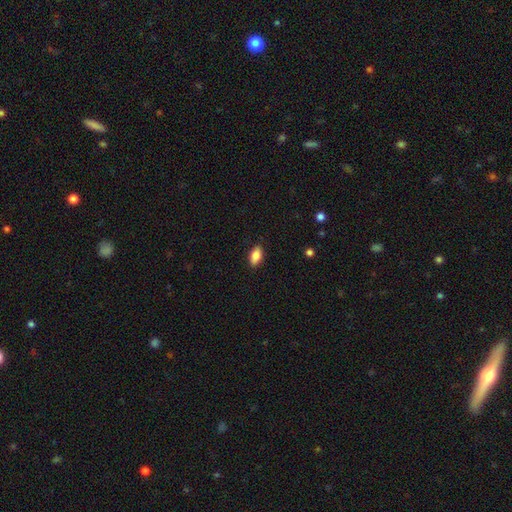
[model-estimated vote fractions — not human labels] A smooth galaxy with no disk features (81%) that is in between round and cigar-shaped (89%). Merging: none (88%).